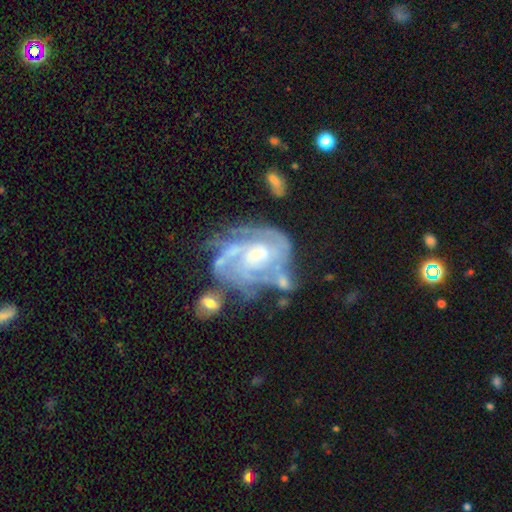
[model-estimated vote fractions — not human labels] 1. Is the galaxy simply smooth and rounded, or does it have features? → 87% featured or disk, 7% smooth, 6% star or artifact.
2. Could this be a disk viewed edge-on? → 98% no, 2% yes.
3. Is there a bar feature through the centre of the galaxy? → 56% no, 35% weak, 9% strong.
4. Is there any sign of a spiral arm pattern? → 92% yes, 8% no.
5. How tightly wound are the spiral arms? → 57% tight, 35% medium, 9% loose.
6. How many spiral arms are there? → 32% can't tell, 23% 3, 23% 2, 11% 4, 6% 1, 6% more than 4.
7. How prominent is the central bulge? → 49% moderate, 34% small, 8% none, 8% large, 1% dominant.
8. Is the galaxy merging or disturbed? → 45% none, 23% minor disturbance, 20% major disturbance, 12% merger.